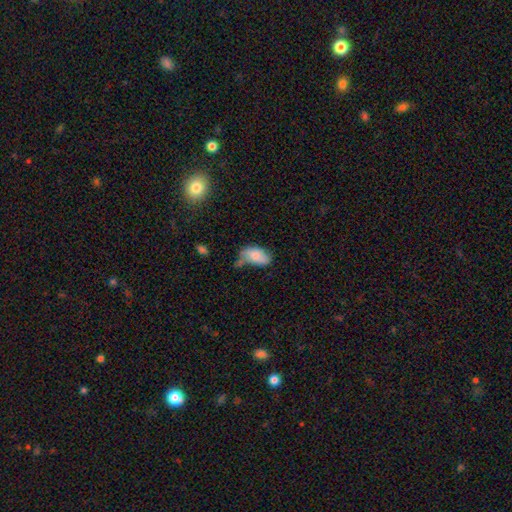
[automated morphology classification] smooth 76%, featured or disk 16%, star or artifact 8%. Down the decision tree: how rounded — in between (93%); merging — minor disturbance (35%).